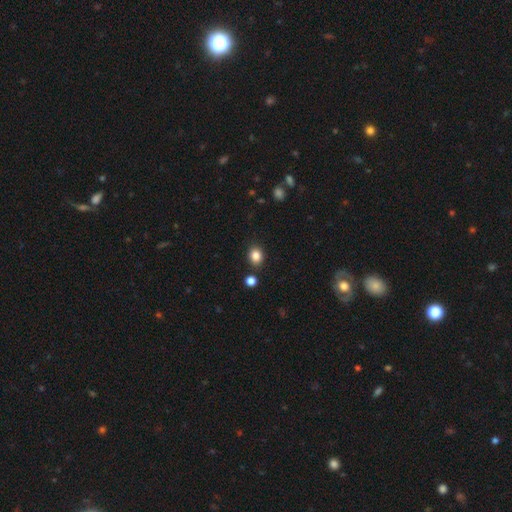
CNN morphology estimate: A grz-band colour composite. It shows a smooth galaxy with no disk features (84%) that is round (55%). Merging: none (84%).